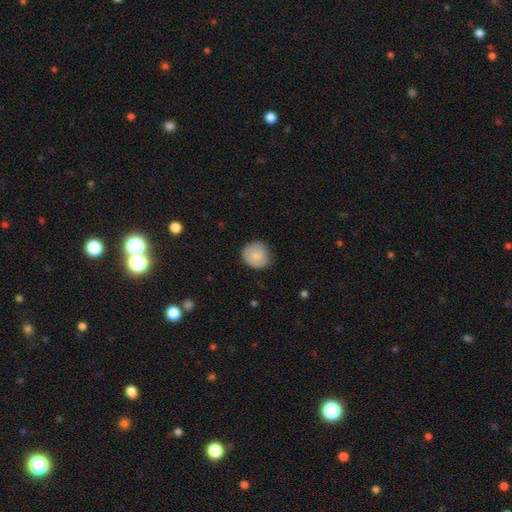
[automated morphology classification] This appears to be a smooth galaxy with no disk features (82%) that is round (88%). Merging: none (81%).